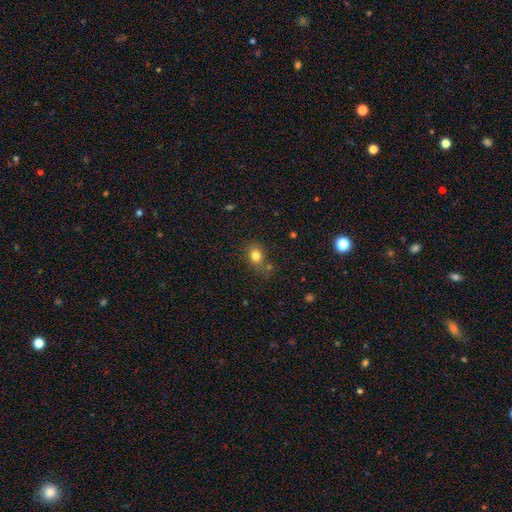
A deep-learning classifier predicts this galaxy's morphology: A smooth galaxy with no disk features (79%) that is round (55%). Merging: none (64%).